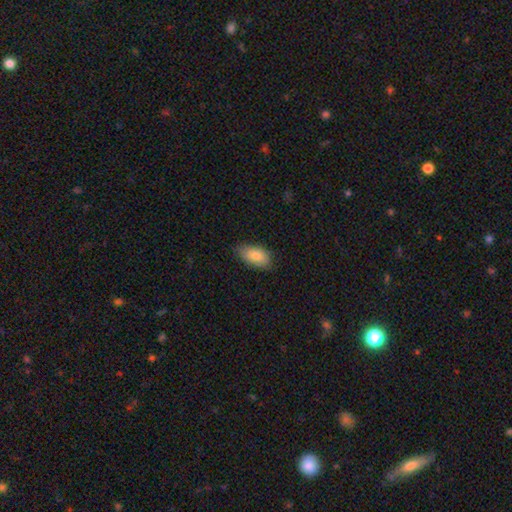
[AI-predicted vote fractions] The model was most divided on "merging": none: 77%, minor disturbance: 19%, major disturbance: 3%, merger: 1%. More confident: how rounded — in between (92%); smooth or featured — smooth (84%).